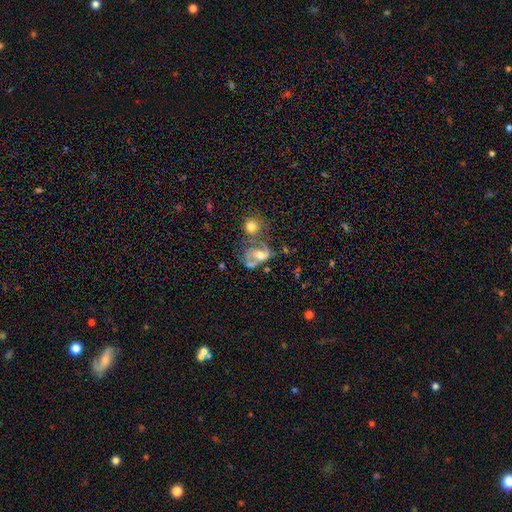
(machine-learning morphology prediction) smooth-or-featured: featured or disk: 61% | smooth: 27% | star or artifact: 12%
  disk-edge-on: no: 97% | yes: 3%
    bar: no: 66% | weak: 26% | strong: 8%
    has-spiral-arms: yes: 66% | no: 34%
    bulge-size: moderate: 67% | small: 17% | large: 11% | none: 4% | dominant: 2%
  merging: merger: 36% | none: 29% | major disturbance: 20% | minor disturbance: 16%